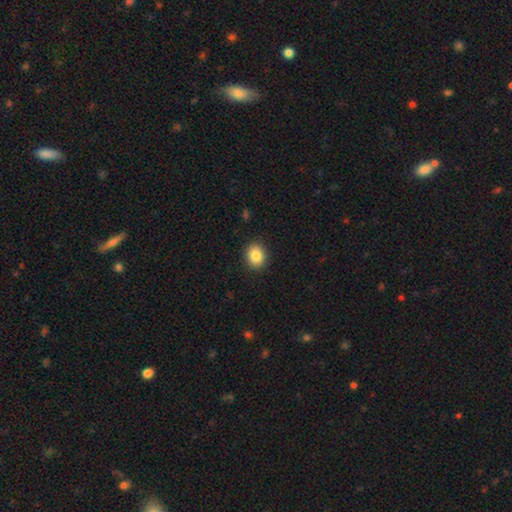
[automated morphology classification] Smooth or featured? smooth (85%)
How rounded? round (55%)
Merging? none (89%)